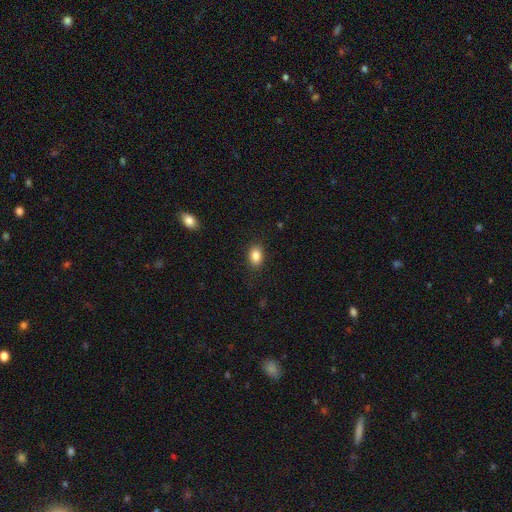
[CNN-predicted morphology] The model was most divided on "how rounded": in between: 76%, round: 23%, cigar-shaped: 1%. More confident: merging — none (87%); smooth or featured — smooth (86%).